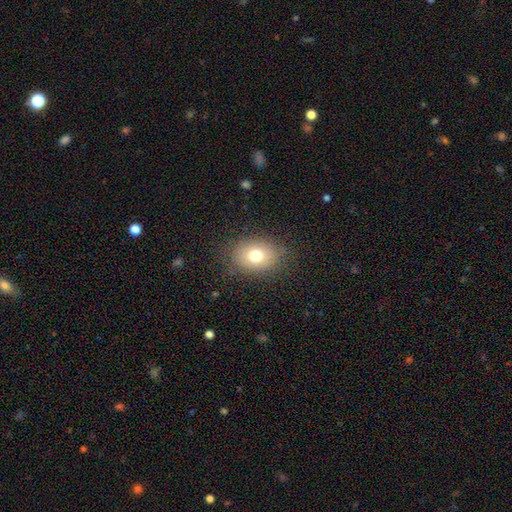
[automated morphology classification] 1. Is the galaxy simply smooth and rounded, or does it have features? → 75% smooth, 13% featured or disk, 12% star or artifact.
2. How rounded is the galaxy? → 60% in between, 39% round, 1% cigar-shaped.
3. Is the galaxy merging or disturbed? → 82% none, 12% minor disturbance, 5% major disturbance, 1% merger.